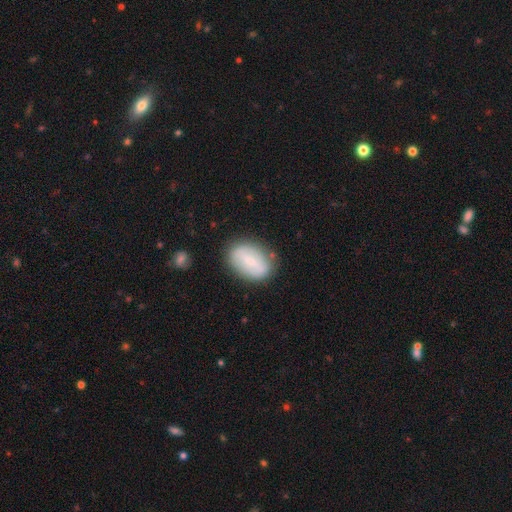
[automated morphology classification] Smooth or featured: smooth — 58% (featured or disk — 35%)
How rounded: in between — 86% (round — 12%)
Merging: none — 78% (minor disturbance — 15%)